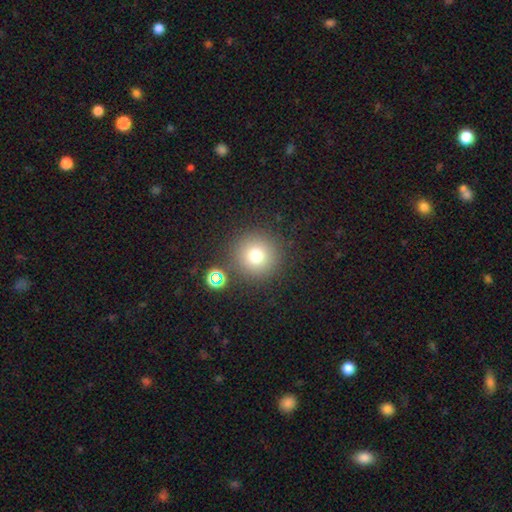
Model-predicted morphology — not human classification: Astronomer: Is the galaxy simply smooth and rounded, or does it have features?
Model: smooth — 76%.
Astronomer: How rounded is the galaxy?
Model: round — 95%.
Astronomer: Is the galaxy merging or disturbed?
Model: none — 84%.